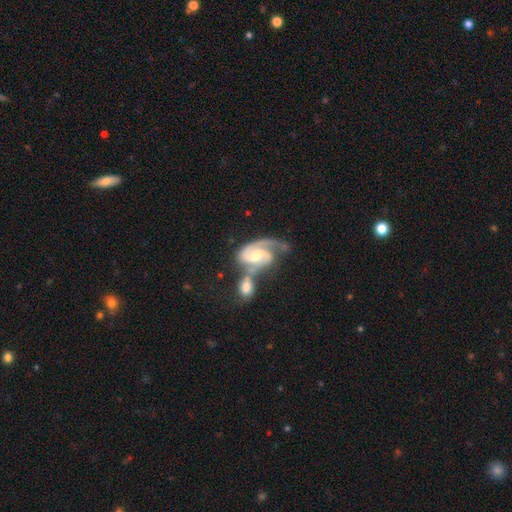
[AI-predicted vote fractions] smooth_or_featured: featured or disk (p=0.88) [alt: smooth p=0.08]
disk_edge_on: no (p=0.97) [alt: yes p=0.03]
bar: weak (p=0.44) [alt: no p=0.39]
has_spiral_arms: yes (p=0.97) [alt: no p=0.03]
spiral_winding: medium (p=0.46) [alt: tight p=0.39]
spiral_arm_count: 2 (p=0.66) [alt: 1 p=0.25]
bulge_size: moderate (p=0.58) [alt: small p=0.21]
merging: merger (p=0.54) [alt: none p=0.21]